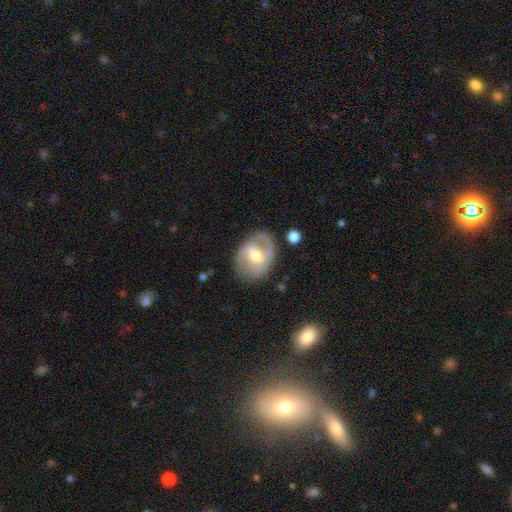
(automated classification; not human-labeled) The model was most divided on "spiral winding": medium: 50%, tight: 25%, loose: 25%. More confident: edge-on disk — no (96%); spiral arms — yes (89%); smooth or featured — featured or disk (76%); spiral arm count — 2 (74%); merging — none (72%); bulge size — moderate (67%); bar — weak (51%).